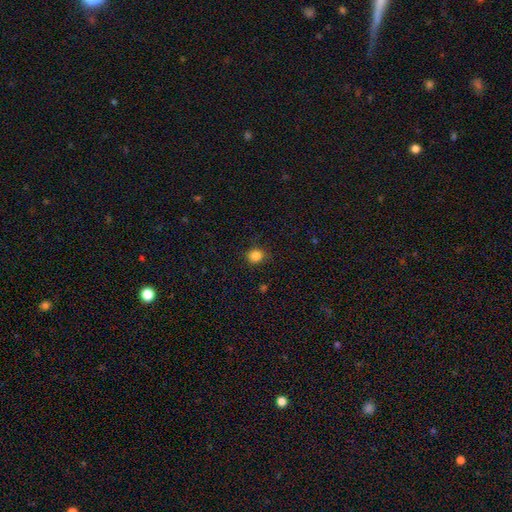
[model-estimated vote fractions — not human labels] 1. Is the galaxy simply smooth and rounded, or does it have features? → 85% smooth, 12% star or artifact, 4% featured or disk.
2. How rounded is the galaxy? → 87% round, 13% in between, 1% cigar-shaped.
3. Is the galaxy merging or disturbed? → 88% none, 9% minor disturbance, 3% major disturbance, 1% merger.